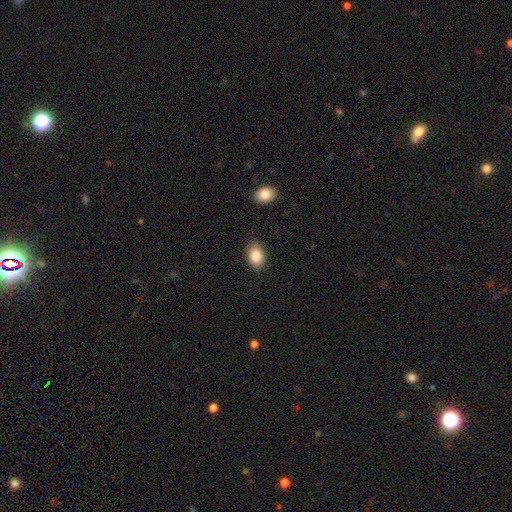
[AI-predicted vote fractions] Overall: smooth (87%). How rounded: in between (82%). Merging: none (84%).